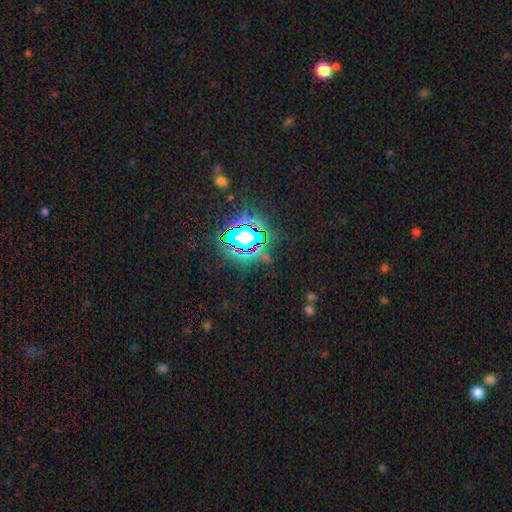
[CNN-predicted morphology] Smooth or featured: star or artifact — 85% (smooth — 9%)